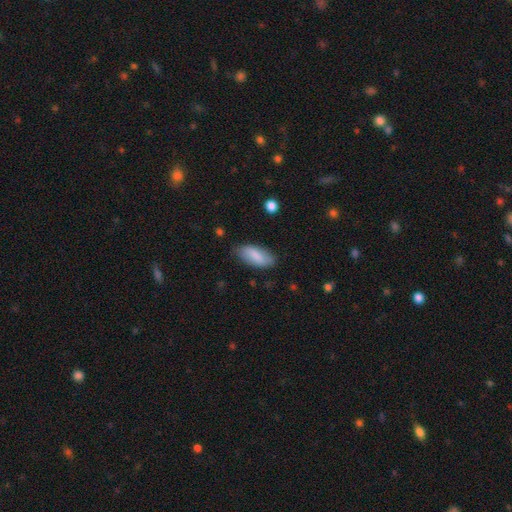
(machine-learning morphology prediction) The model was most divided on "merging": none: 77%, minor disturbance: 18%, major disturbance: 4%, merger: 1%. More confident: how rounded — in between (86%); smooth or featured — smooth (82%).